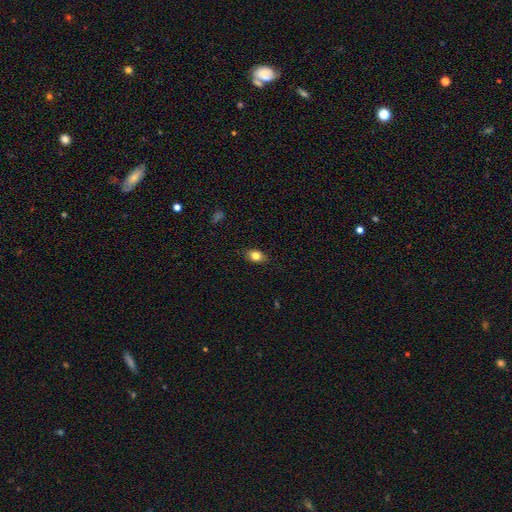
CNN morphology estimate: Overall: smooth (82%). How rounded: in between (79%). Merging: none (85%).